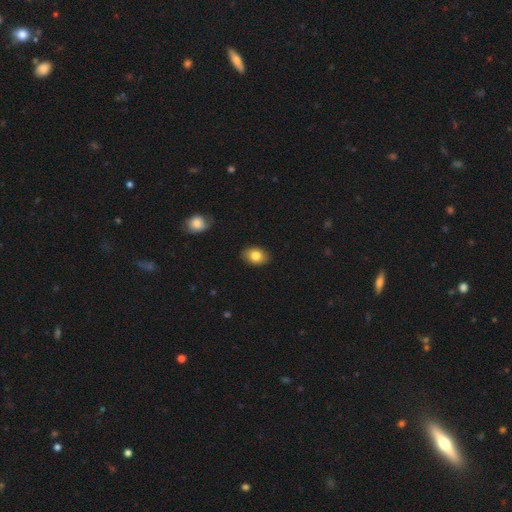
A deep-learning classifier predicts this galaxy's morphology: The model was most divided on "how rounded": in between: 77%, round: 21%, cigar-shaped: 1%. More confident: merging — none (87%); smooth or featured — smooth (83%).